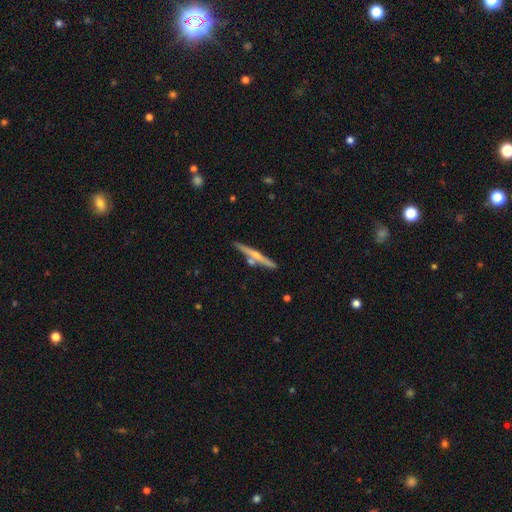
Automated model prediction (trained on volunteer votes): Smooth or featured? Predicted: featured or disk (p=0.57). Edge-on disk? Predicted: yes (p=0.97). Edge-on bulge? Predicted: rounded (p=0.63). Merging? Predicted: none (p=0.79).